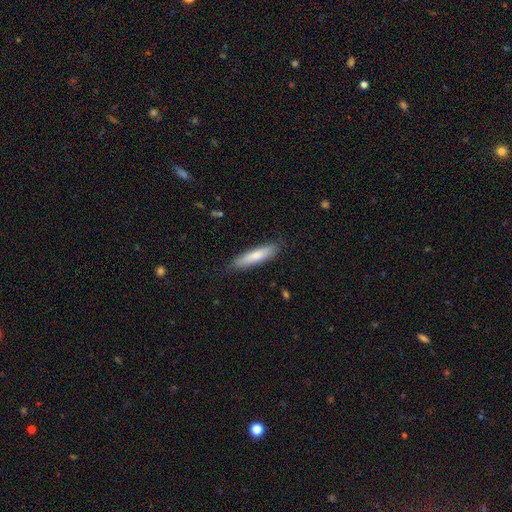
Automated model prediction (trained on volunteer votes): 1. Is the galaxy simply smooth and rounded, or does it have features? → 76% smooth, 18% featured or disk, 5% star or artifact.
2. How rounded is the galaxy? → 81% cigar-shaped, 17% in between, 1% round.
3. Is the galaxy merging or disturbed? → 85% none, 12% minor disturbance, 2% major disturbance, 1% merger.